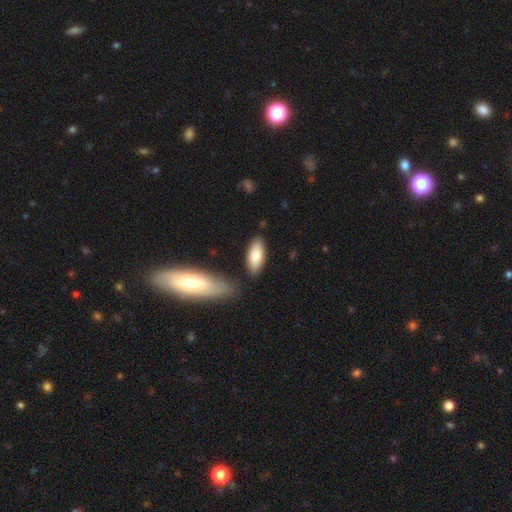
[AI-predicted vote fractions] smooth 78%, featured or disk 17%, star or artifact 5%. Down the decision tree: how rounded — in between (82%); merging — none (80%).